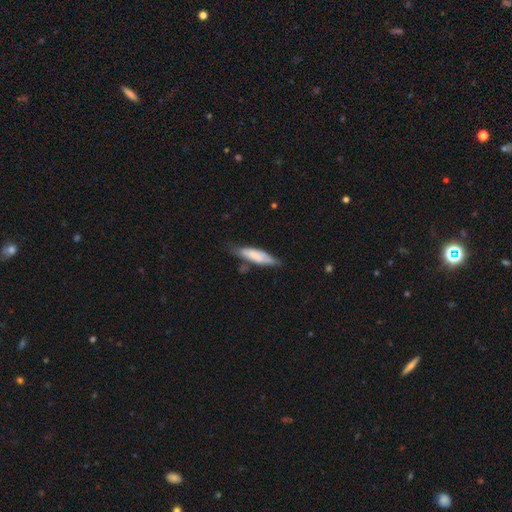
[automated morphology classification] smooth 64%, featured or disk 30%, star or artifact 6%. Down the decision tree: how rounded — cigar-shaped (64%); merging — none (58%).